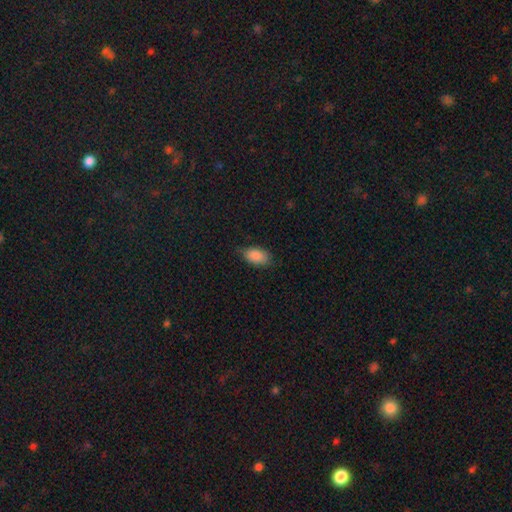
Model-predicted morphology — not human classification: Smooth or featured?
  - smooth: 88% *
  - star or artifact: 7%
  - featured or disk: 5%
How rounded?
  - in between: 92% *
  - round: 6%
  - cigar-shaped: 2%
Merging?
  - none: 75% *
  - minor disturbance: 20%
  - major disturbance: 4%
  - merger: 1%